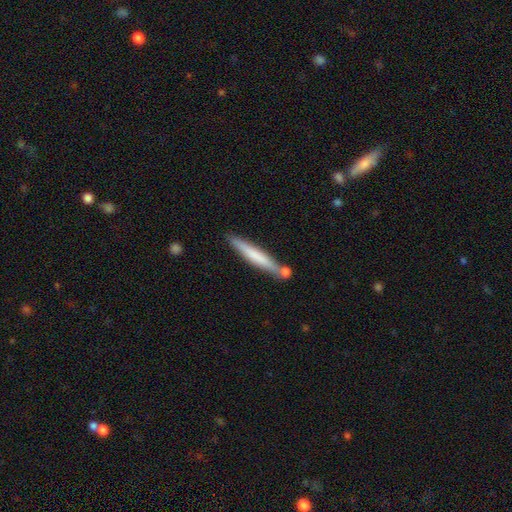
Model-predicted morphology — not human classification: Smooth or featured? smooth (61%)
How rounded? cigar-shaped (95%)
Merging? none (75%)